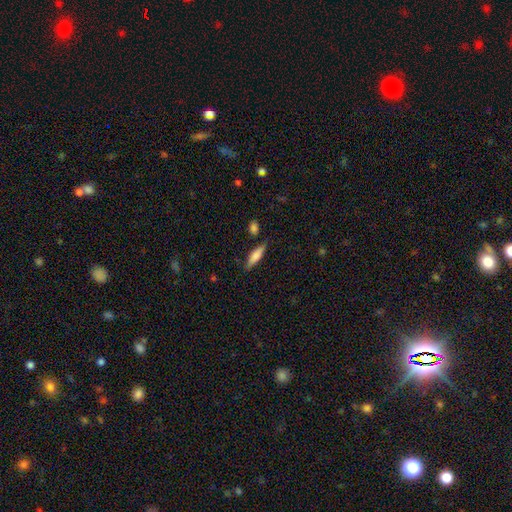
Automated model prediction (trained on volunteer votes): Overall: smooth (78%). How rounded: cigar-shaped (58%; in between 40%). Merging: none (80%).